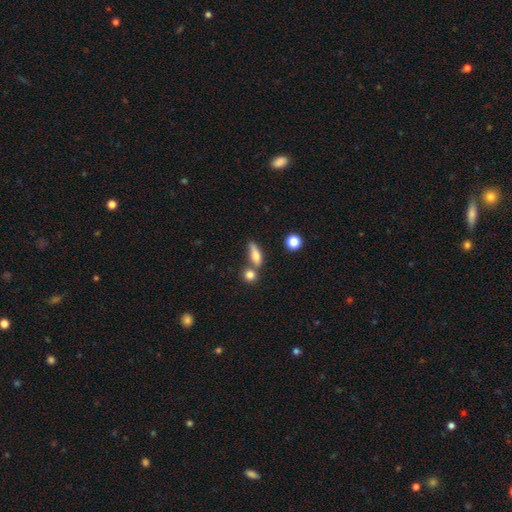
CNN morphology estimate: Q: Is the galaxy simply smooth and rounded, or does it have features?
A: smooth — 71%.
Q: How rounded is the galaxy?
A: in between — 51%.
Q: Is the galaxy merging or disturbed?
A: none — 49%.